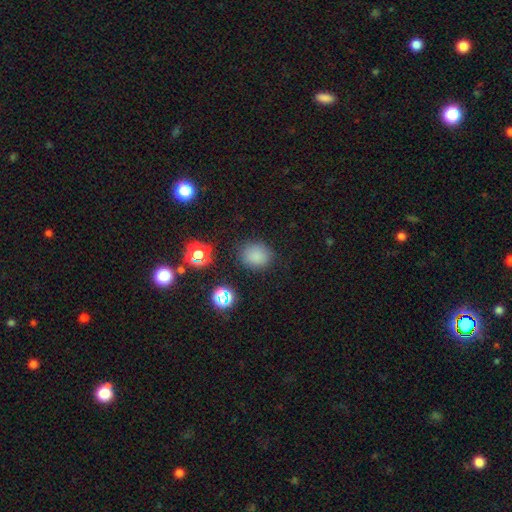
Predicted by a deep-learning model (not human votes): A smooth galaxy with no disk features (80%) that is round (72%).

Vote fractions:
- Smooth or featured? smooth: 80% / star or artifact: 15% / featured or disk: 5%
- How rounded? round: 72% / in between: 27% / cigar-shaped: 1%
- Merging? none: 82% / minor disturbance: 11% / major disturbance: 4% / merger: 3%